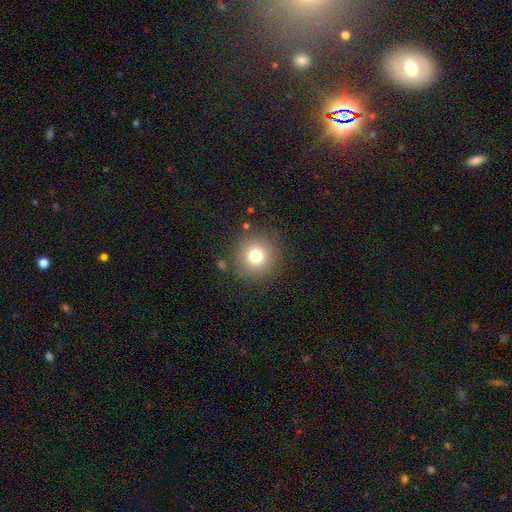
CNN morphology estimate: Q: Smooth or featured?
A: smooth (76%); runner-up: star or artifact (13%)
Q: How rounded?
A: round (95%); runner-up: in between (4%)
Q: Merging?
A: none (86%); runner-up: minor disturbance (8%)